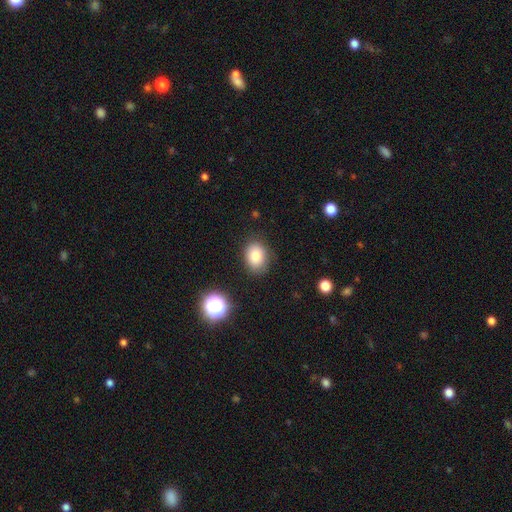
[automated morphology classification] smooth_or_featured: smooth (p=0.81) [alt: star or artifact p=0.11]
how_rounded: in between (p=0.59) [alt: round p=0.40]
merging: none (p=0.83) [alt: minor disturbance p=0.12]